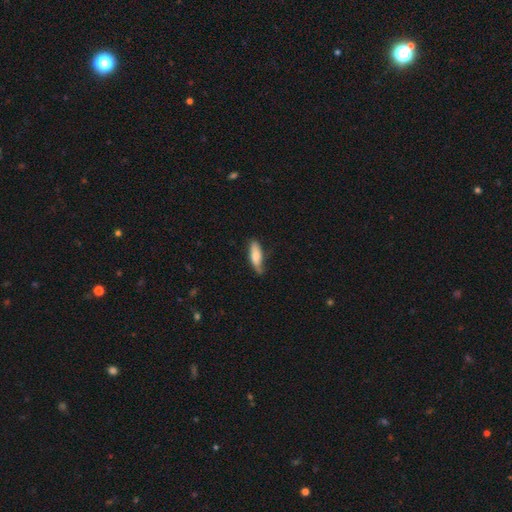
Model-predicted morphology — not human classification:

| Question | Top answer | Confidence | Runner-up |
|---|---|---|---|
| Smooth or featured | smooth | 75% | featured or disk (19%) |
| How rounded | in between | 51% | cigar-shaped (47%) |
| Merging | none | 58% | minor disturbance (33%) |